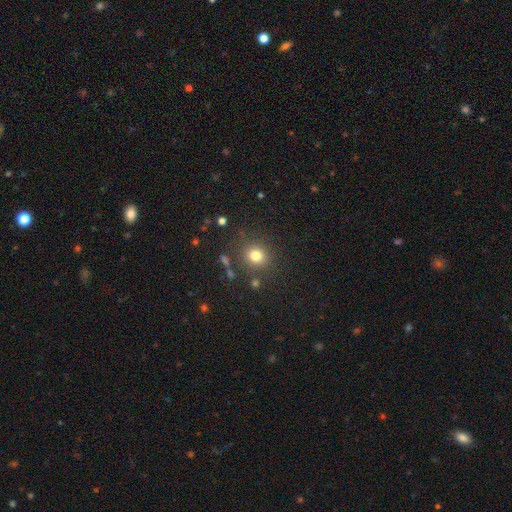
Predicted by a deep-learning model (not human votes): Smooth or featured? smooth (79%)
How rounded? round (88%)
Merging? none (84%)